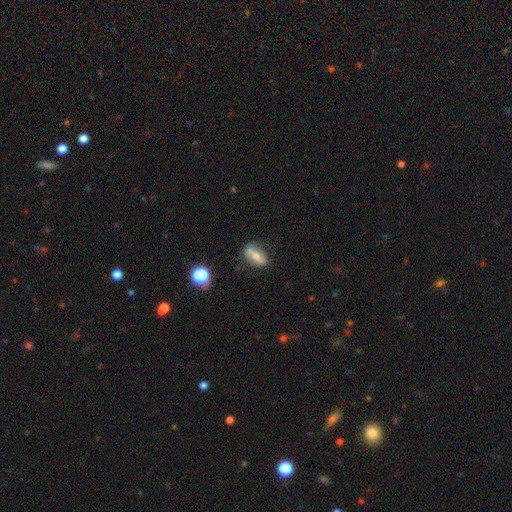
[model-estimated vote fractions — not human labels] Morphology: type=featured or disk (45%); merging=none (59%).